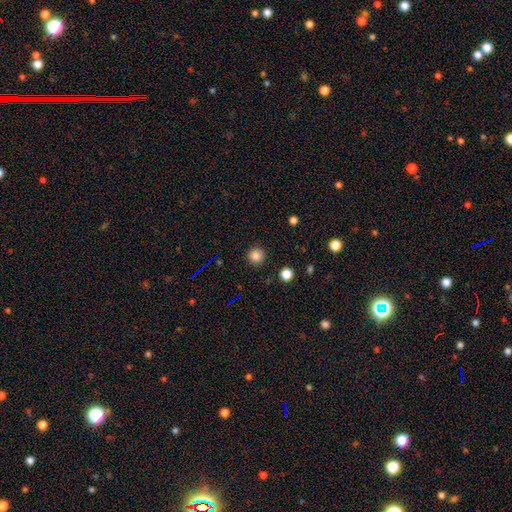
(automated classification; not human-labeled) A smooth galaxy with no disk features (83%) that is round (95%). Merging: none (92%).